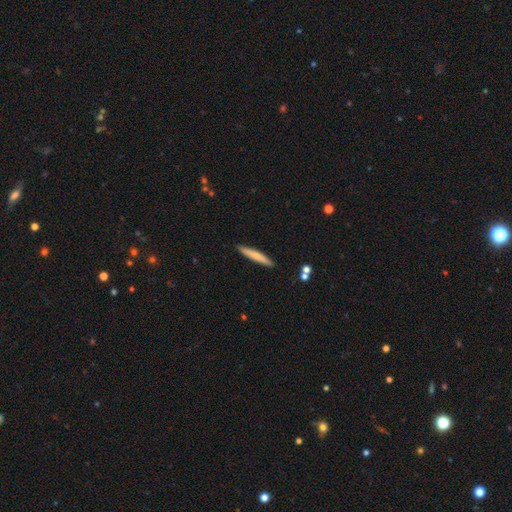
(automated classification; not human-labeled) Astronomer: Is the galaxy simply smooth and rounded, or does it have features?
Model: smooth — 68%.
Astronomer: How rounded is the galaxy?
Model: cigar-shaped — 94%.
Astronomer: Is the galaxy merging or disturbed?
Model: none — 90%.